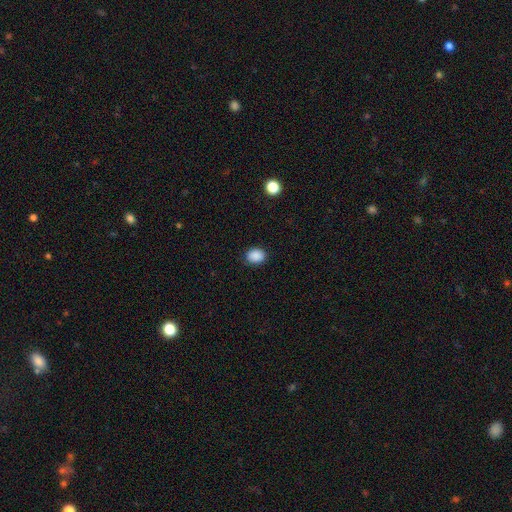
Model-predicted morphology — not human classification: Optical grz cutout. It shows a smooth galaxy with no disk features (88%) that is in between round and cigar-shaped (52%). Merging: none (87%).